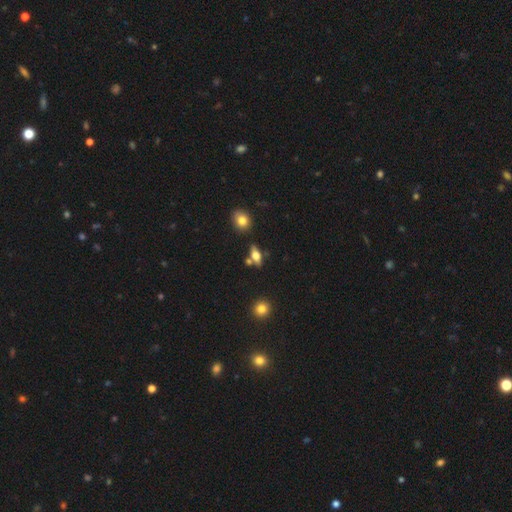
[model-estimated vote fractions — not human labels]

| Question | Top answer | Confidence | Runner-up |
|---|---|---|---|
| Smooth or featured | smooth | 46% | featured or disk (44%) |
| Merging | none | 69% | merger (15%) |